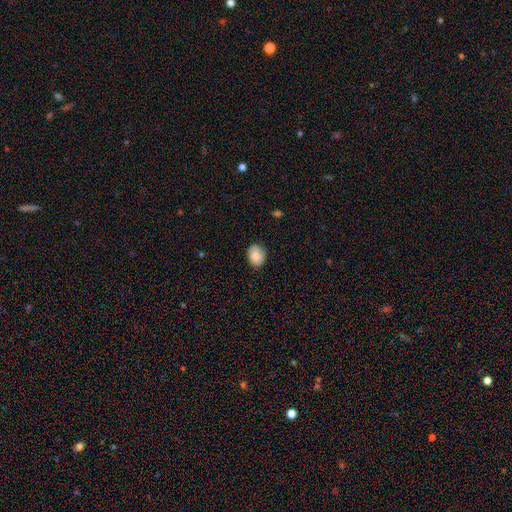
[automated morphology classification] A smooth galaxy with no disk features (84%) that is in between round and cigar-shaped (58%). Merging: none (81%).